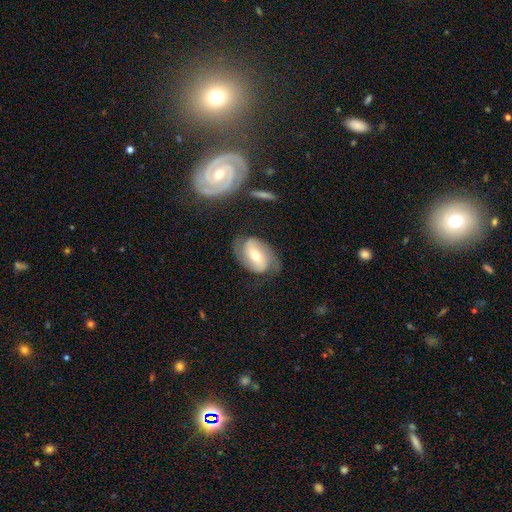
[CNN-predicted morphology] smooth-or-featured: featured or disk: 73% | smooth: 21% | star or artifact: 7%
  disk-edge-on: no: 95% | yes: 5%
    bar: weak: 35% | no: 33% | strong: 32%
    has-spiral-arms: yes: 90% | no: 10%
      spiral-winding: medium: 44% | loose: 29% | tight: 27%
      spiral-arm-count: 2: 86% | can't tell: 8% | 1: 3% | 3: 2% | 4: 1% | more than 4: 1%
    bulge-size: moderate: 55% | small: 40% | large: 3% | dominant: 1% | none: 1%
  merging: none: 69% | minor disturbance: 19% | major disturbance: 10% | merger: 2%